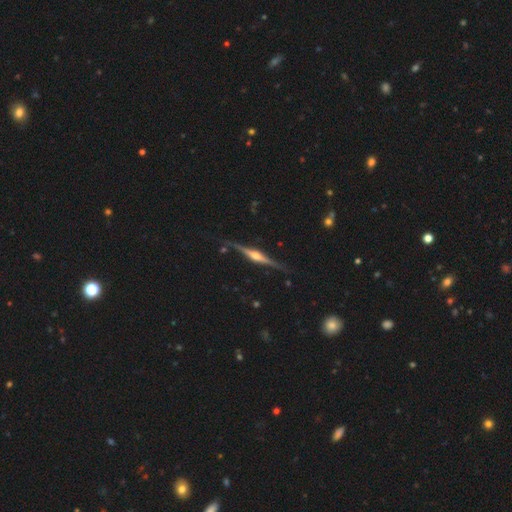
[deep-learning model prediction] Smooth or featured: featured or disk — 86% (smooth — 9%)
Edge-on disk: yes — 98% (no — 2%)
Edge-on bulge: rounded — 91% (boxy — 6%)
Merging: none — 86% (minor disturbance — 10%)